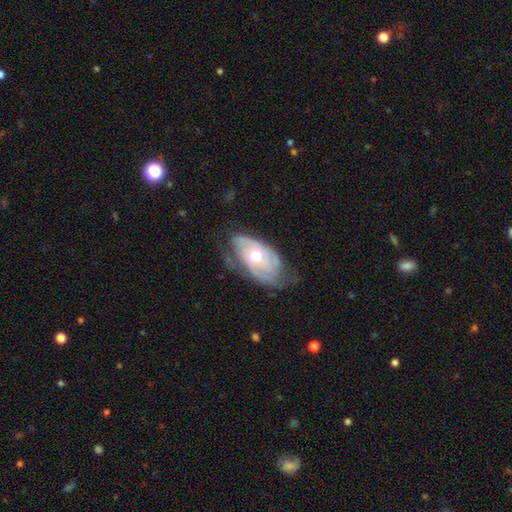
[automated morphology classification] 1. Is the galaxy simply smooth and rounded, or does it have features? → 68% featured or disk, 26% smooth, 6% star or artifact.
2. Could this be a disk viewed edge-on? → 92% no, 8% yes.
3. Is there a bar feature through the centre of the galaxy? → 83% no, 14% weak, 4% strong.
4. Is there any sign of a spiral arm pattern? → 69% yes, 31% no.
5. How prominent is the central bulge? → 76% moderate, 12% large, 10% small, 1% dominant, 1% none.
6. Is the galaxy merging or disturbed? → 49% none, 31% minor disturbance, 18% major disturbance, 2% merger.